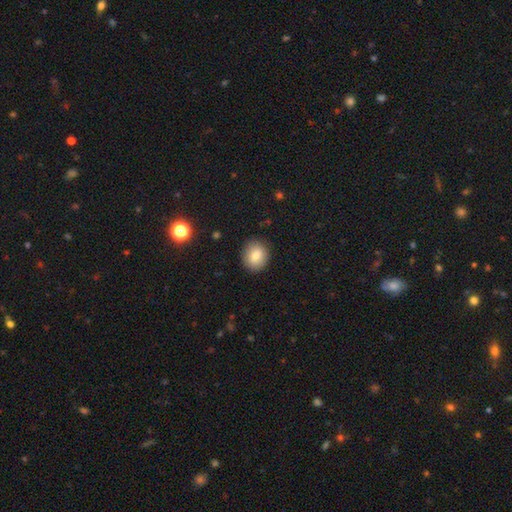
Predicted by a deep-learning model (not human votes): This is clearly a smooth galaxy (82%). How rounded: likely round (66%). Merging: clearly none (88%).